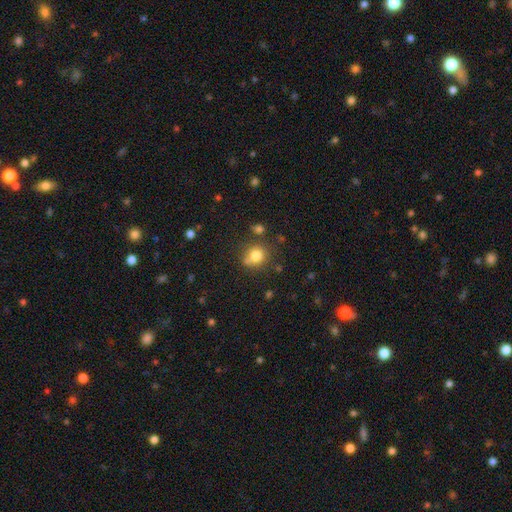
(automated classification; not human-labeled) A smooth galaxy with no disk features (80%) that is round (79%). Merging: none (67%).